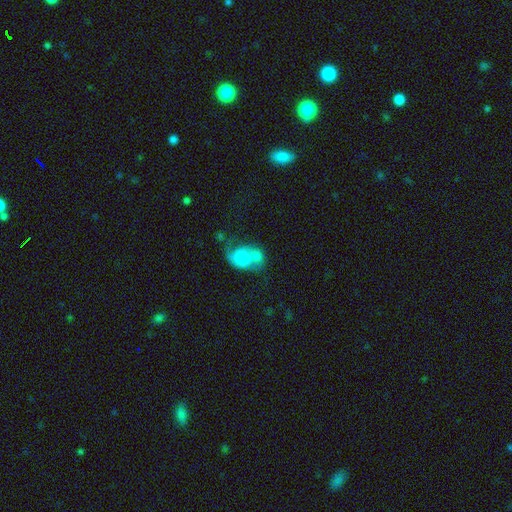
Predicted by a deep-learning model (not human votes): This appears to be a smooth galaxy with no disk features (57%) that is in between round and cigar-shaped (56%). Merging: merger (64%).